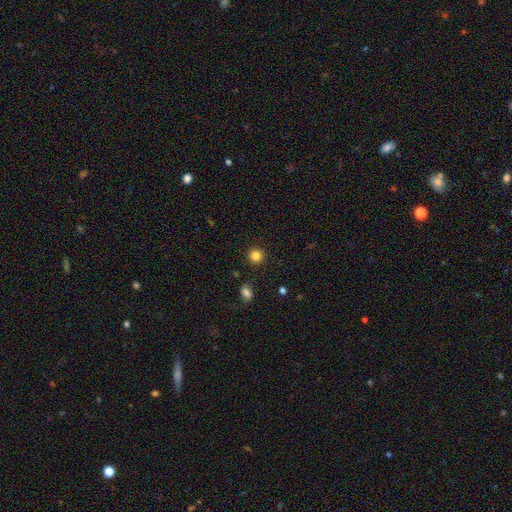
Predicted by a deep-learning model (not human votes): smooth 83%, star or artifact 12%, featured or disk 5%. Down the decision tree: how rounded — round (94%); merging — none (90%).